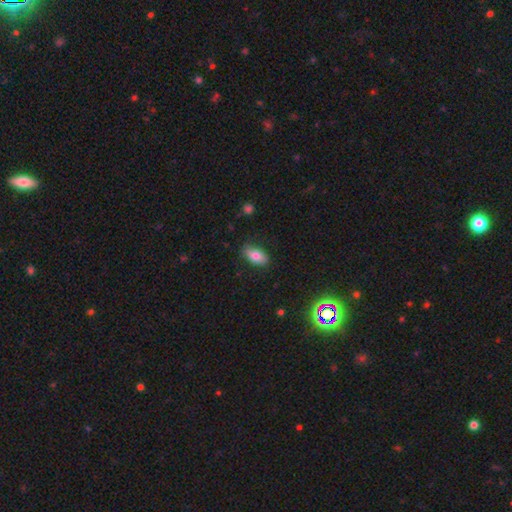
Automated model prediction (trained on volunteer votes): Smooth or featured? smooth (78%)
How rounded? in between (90%)
Merging? none (81%)